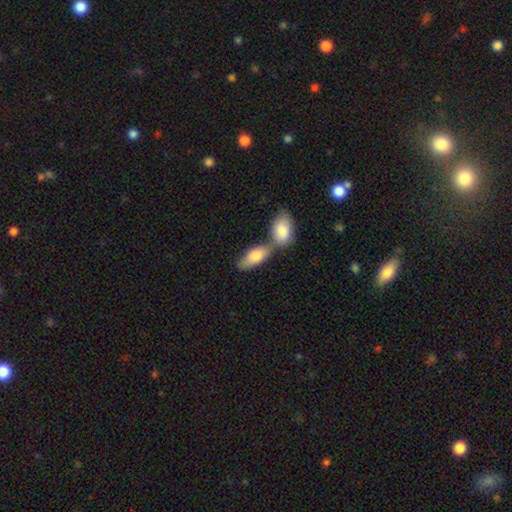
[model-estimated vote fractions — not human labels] smooth-or-featured: smooth: 81% | featured or disk: 14% | star or artifact: 5%
  how-rounded: in between: 87% | cigar-shaped: 9% | round: 4%
  merging: merger: 53% | none: 33% | minor disturbance: 10% | major disturbance: 4%